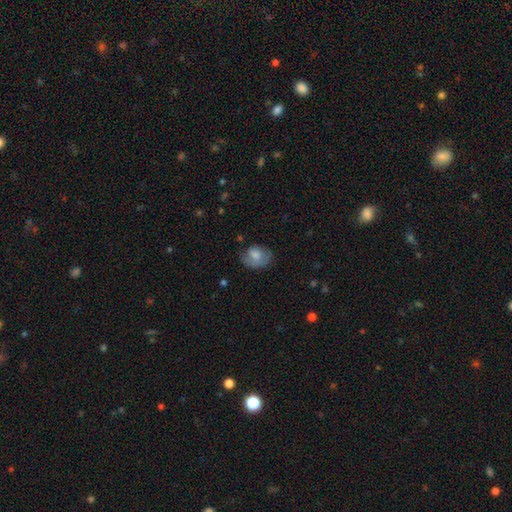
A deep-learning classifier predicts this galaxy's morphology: This appears to be a smooth galaxy with no disk features (69%) that is in between round and cigar-shaped (64%). Merging: none (54%).